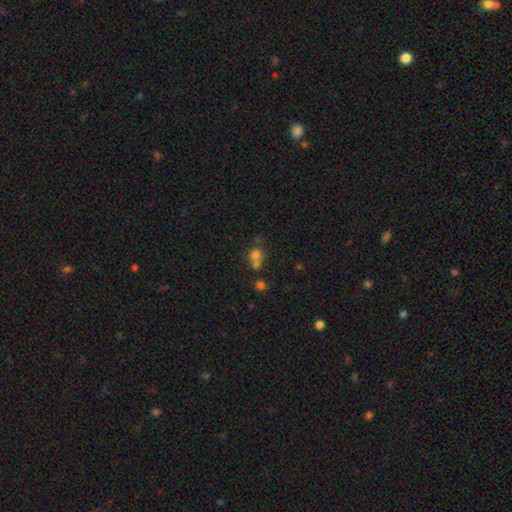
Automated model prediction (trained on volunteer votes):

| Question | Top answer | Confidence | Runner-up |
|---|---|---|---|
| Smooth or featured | smooth | 67% | star or artifact (18%) |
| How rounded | round | 78% | in between (20%) |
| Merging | merger | 48% | none (39%) |